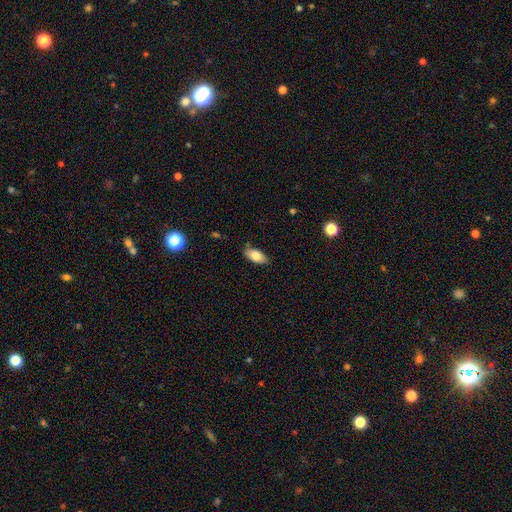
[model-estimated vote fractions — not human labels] Smooth or featured: smooth — 81% (featured or disk — 12%)
How rounded: in between — 90% (cigar-shaped — 7%)
Merging: none — 81% (minor disturbance — 15%)